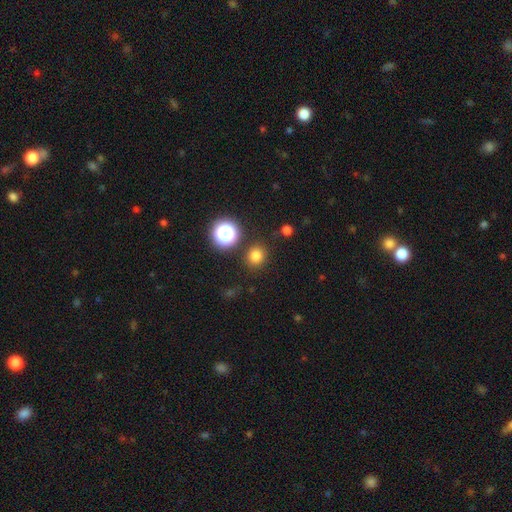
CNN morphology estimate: Smooth or featured?
  - smooth: 77% *
  - star or artifact: 17%
  - featured or disk: 6%
How rounded?
  - round: 86% *
  - in between: 13%
  - cigar-shaped: 1%
Merging?
  - none: 86% *
  - minor disturbance: 8%
  - merger: 3%
  - major disturbance: 3%